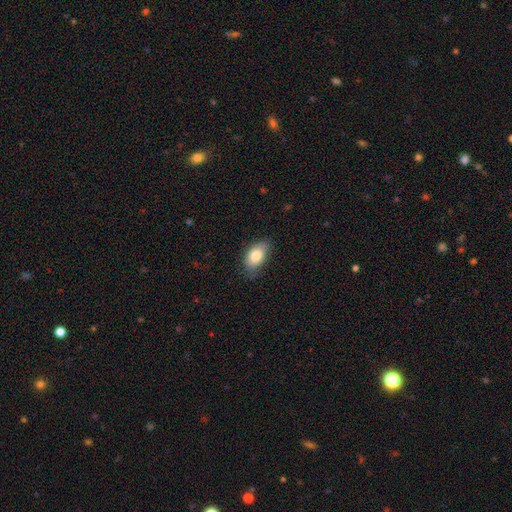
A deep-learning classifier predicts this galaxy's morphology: smooth-or-featured: smooth: 81% | featured or disk: 12% | star or artifact: 7%
  how-rounded: in between: 91% | round: 7% | cigar-shaped: 2%
  merging: none: 72% | minor disturbance: 23% | major disturbance: 4% | merger: 1%